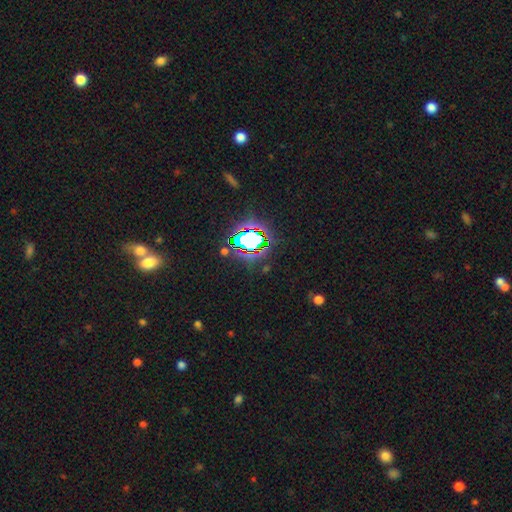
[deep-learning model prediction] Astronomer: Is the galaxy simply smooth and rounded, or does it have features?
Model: star or artifact — 78%.